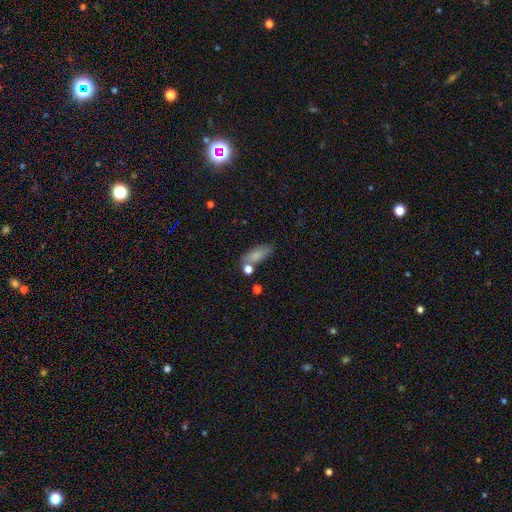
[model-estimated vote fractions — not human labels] Smooth or featured?
  - smooth: 79% *
  - featured or disk: 12%
  - star or artifact: 9%
How rounded?
  - in between: 73% *
  - cigar-shaped: 22%
  - round: 5%
Merging?
  - none: 63% *
  - minor disturbance: 18%
  - merger: 14%
  - major disturbance: 6%